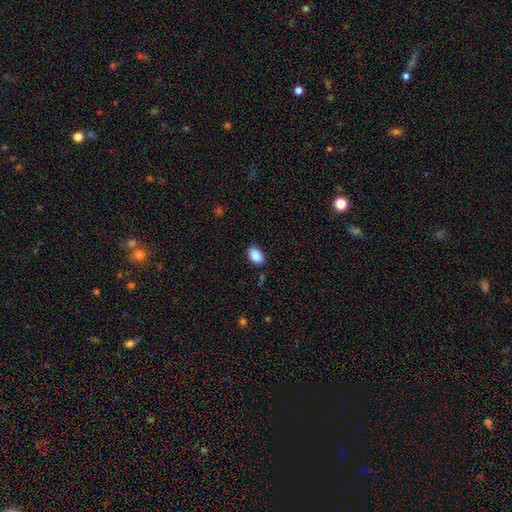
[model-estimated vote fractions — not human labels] smooth_or_featured: smooth (p=0.89) [alt: star or artifact p=0.07]
how_rounded: in between (p=0.89) [alt: round p=0.10]
merging: none (p=0.84) [alt: minor disturbance p=0.12]